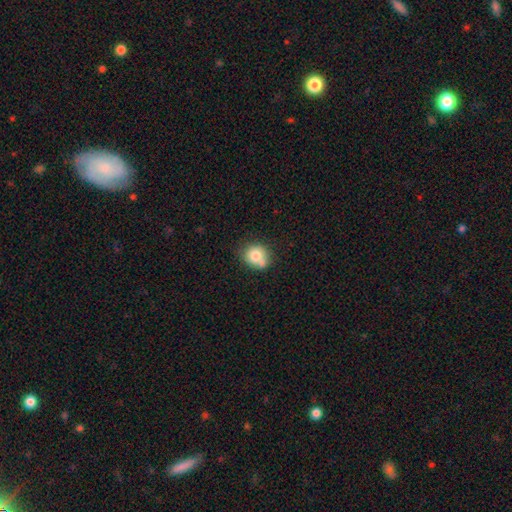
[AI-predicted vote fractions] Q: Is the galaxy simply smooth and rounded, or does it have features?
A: smooth — 76%.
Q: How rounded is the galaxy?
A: round — 78%.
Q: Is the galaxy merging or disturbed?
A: none — 54%.